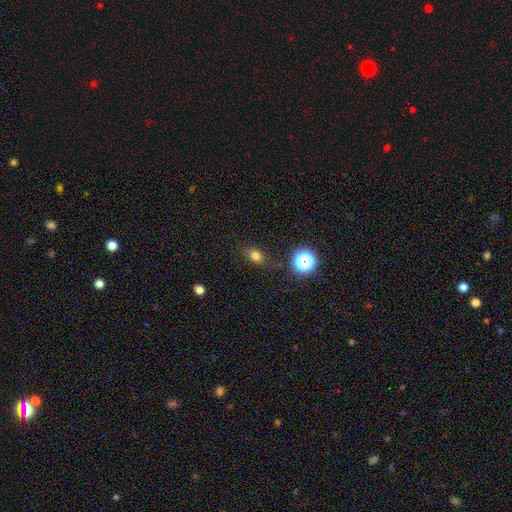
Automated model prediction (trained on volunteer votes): Morphology: type=smooth (75%); roundness=in between (61%); merging=none (81%).